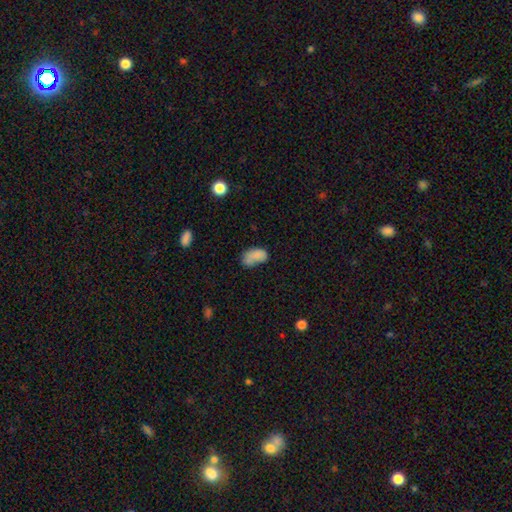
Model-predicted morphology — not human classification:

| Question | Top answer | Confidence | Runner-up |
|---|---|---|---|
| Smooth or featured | smooth | 80% | featured or disk (11%) |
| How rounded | in between | 92% | round (6%) |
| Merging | none | 43% | minor disturbance (30%) |